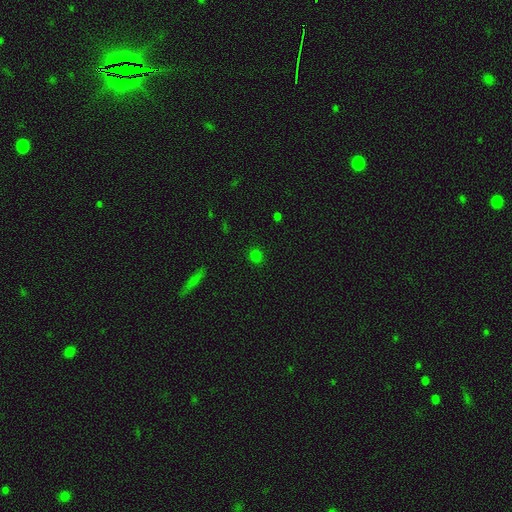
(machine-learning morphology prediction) Overall: smooth (77%). How rounded: round (85%). Merging: none (89%).